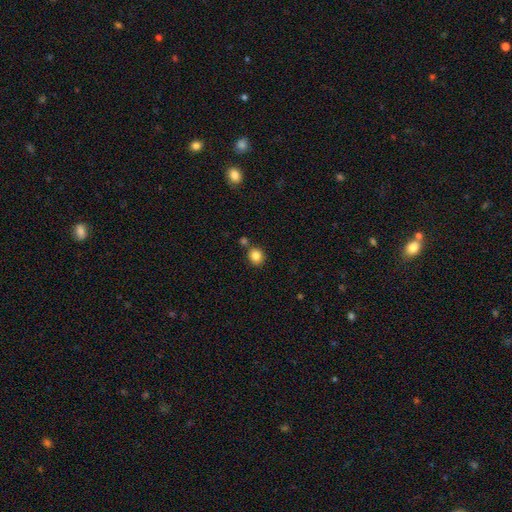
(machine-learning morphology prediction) smooth_or_featured: smooth (p=0.84) [alt: star or artifact p=0.10]
how_rounded: round (p=0.79) [alt: in between p=0.20]
merging: none (p=0.77) [alt: merger p=0.11]